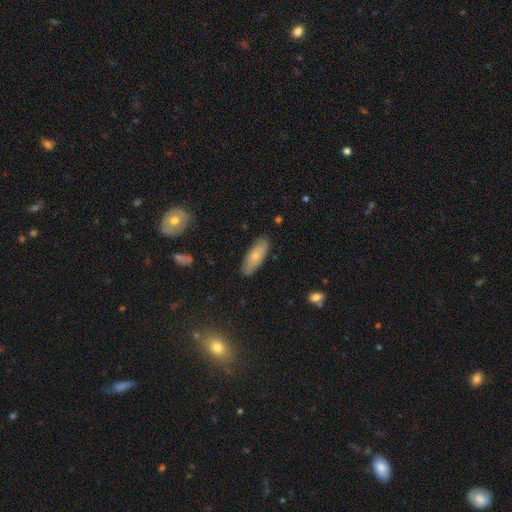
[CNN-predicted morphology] The model was most divided on "how rounded": in between: 61%, cigar-shaped: 37%, round: 2%. More confident: merging — none (84%); smooth or featured — smooth (70%).